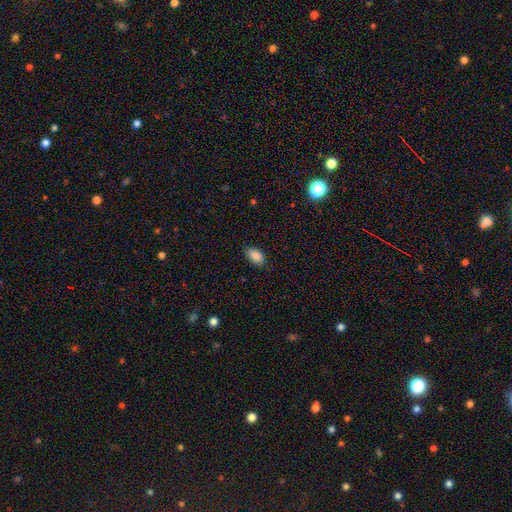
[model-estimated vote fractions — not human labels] Q: Smooth or featured?
A: smooth (86%); runner-up: star or artifact (8%)
Q: How rounded?
A: in between (93%); runner-up: round (5%)
Q: Merging?
A: none (85%); runner-up: minor disturbance (12%)